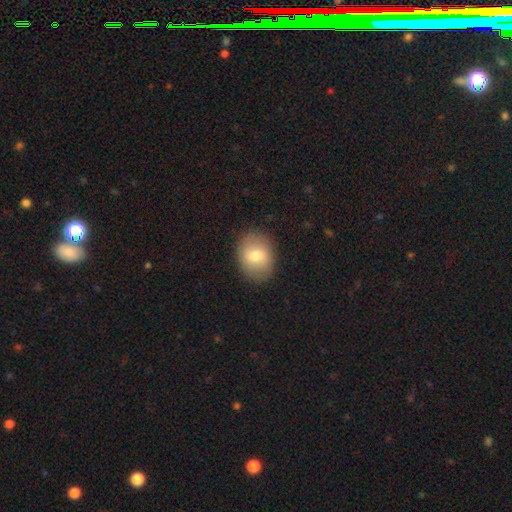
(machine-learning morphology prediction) A smooth galaxy with no disk features (72%) that is in between round and cigar-shaped (54%). Merging: none (88%).